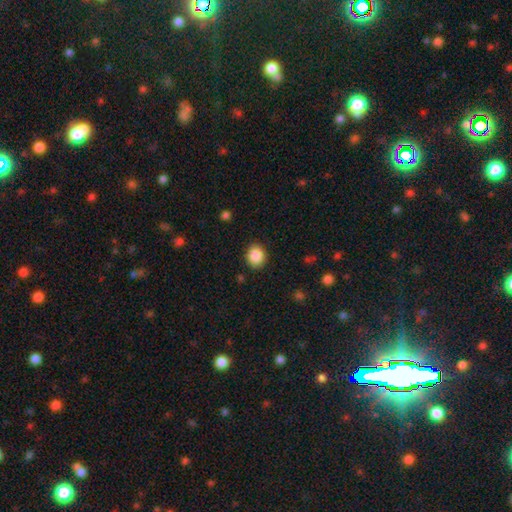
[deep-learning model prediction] Smooth or featured? smooth (88%)
How rounded? round (71%)
Merging? none (88%)